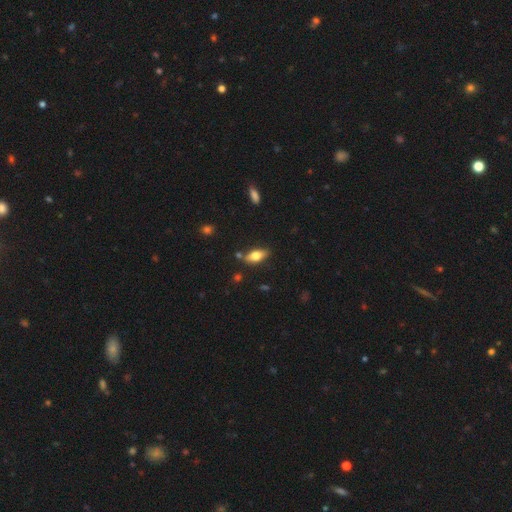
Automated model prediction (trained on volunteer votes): This is likely a smooth galaxy (62%). How rounded: likely in between (78%). Merging: likely none (77%).